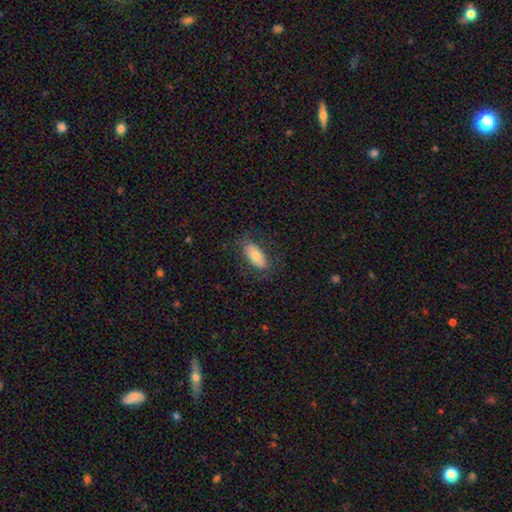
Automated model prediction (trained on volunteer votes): smooth_or_featured: smooth (p=0.68) [alt: featured or disk p=0.25]
how_rounded: in between (p=0.89) [alt: cigar-shaped p=0.08]
merging: none (p=0.79) [alt: minor disturbance p=0.14]